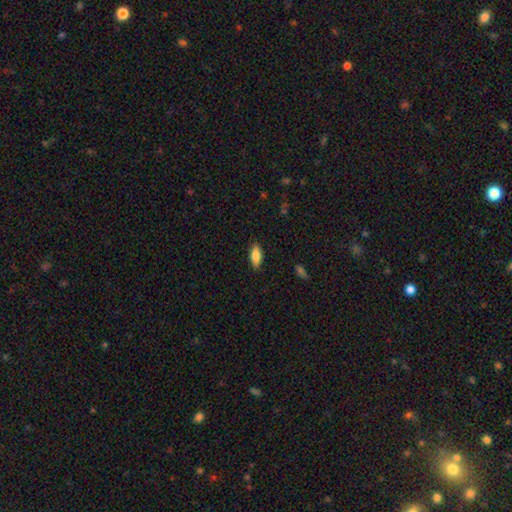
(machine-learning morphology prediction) Overall: smooth (81%). How rounded: in between (80%). Merging: none (88%).